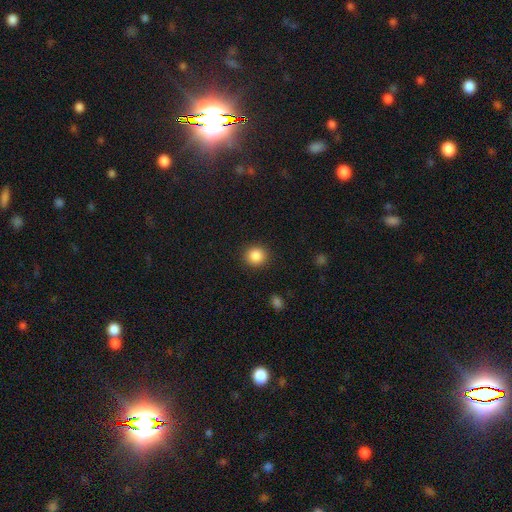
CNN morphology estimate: This is clearly a smooth galaxy (87%). How rounded: clearly round (90%). Merging: clearly none (91%).